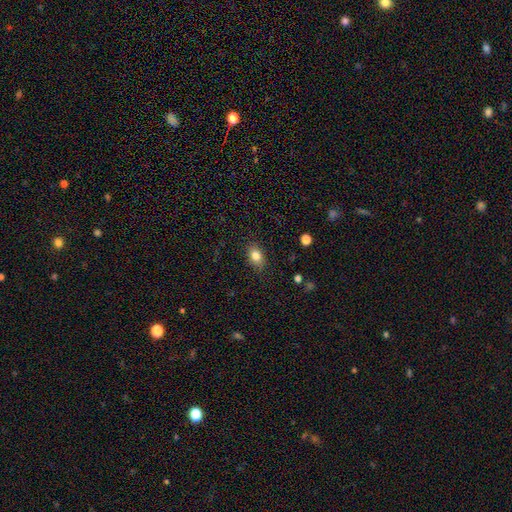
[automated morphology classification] smooth_or_featured: smooth (p=0.83) [alt: star or artifact p=0.09]
how_rounded: in between (p=0.75) [alt: round p=0.23]
merging: none (p=0.85) [alt: minor disturbance p=0.12]